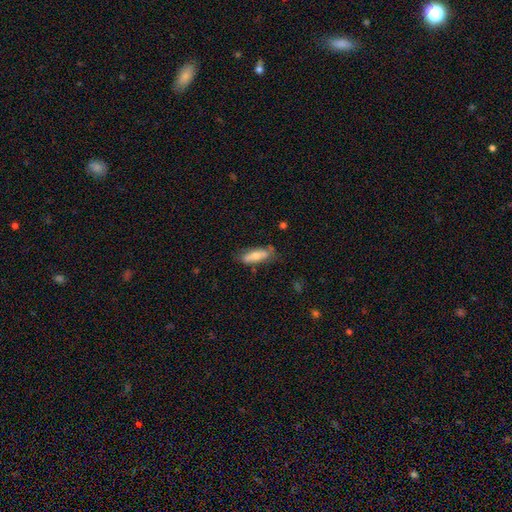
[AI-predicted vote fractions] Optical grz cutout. It shows a smooth galaxy with no disk features (63%) that is in between round and cigar-shaped (57%). Merging: none (66%).